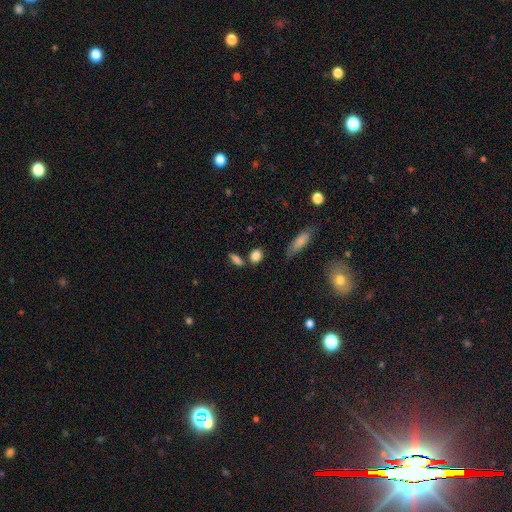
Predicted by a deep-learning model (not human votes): Q: Smooth or featured?
A: smooth (85%); runner-up: star or artifact (9%)
Q: How rounded?
A: in between (58%); runner-up: round (31%)
Q: Merging?
A: none (69%); runner-up: merger (15%)